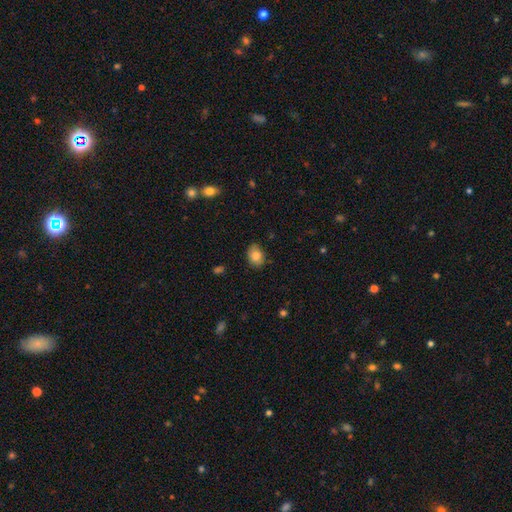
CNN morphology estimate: Smooth or featured: smooth — 84% (star or artifact — 8%)
How rounded: in between — 69% (round — 30%)
Merging: none — 82% (minor disturbance — 14%)